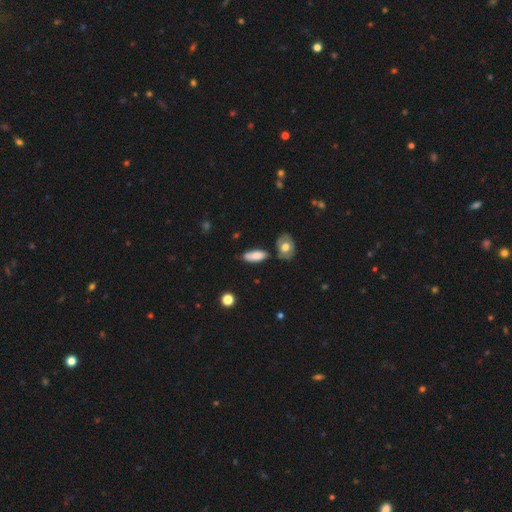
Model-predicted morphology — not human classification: type=smooth (77%); roundness=in between (74%); merging=none (69%).